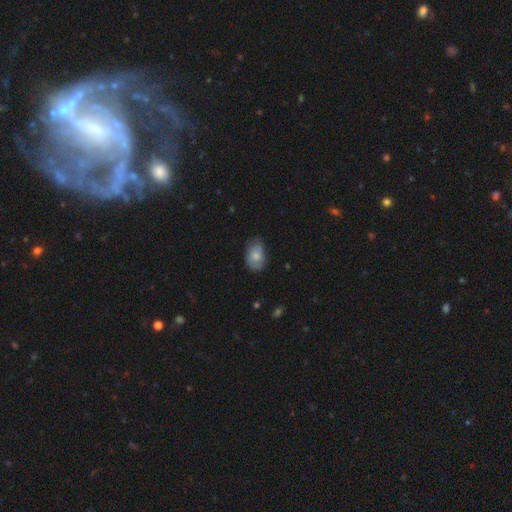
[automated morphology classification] smooth_or_featured: smooth (p=0.75) [alt: featured or disk p=0.18]
how_rounded: in between (p=0.83) [alt: round p=0.16]
merging: none (p=0.62) [alt: minor disturbance p=0.30]